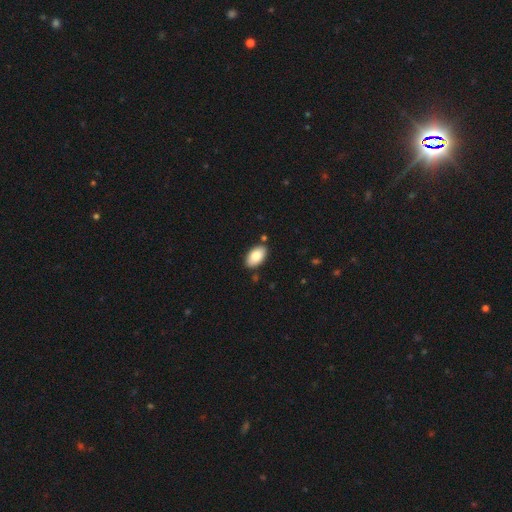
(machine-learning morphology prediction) A smooth galaxy with no disk features (82%) that is in between round and cigar-shaped (95%). Merging: none (85%).